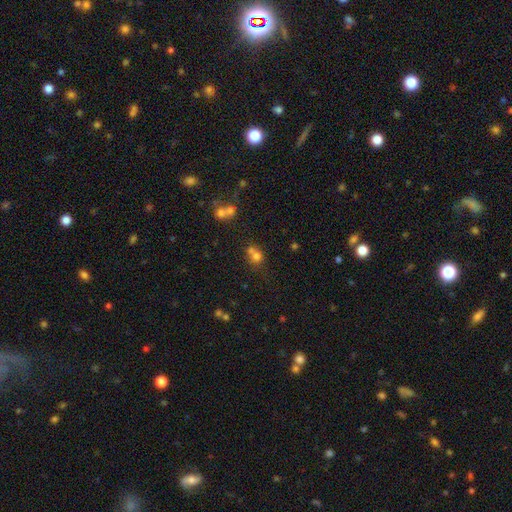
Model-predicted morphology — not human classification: type=smooth (68%); roundness=round (74%); merging=merger (46%).